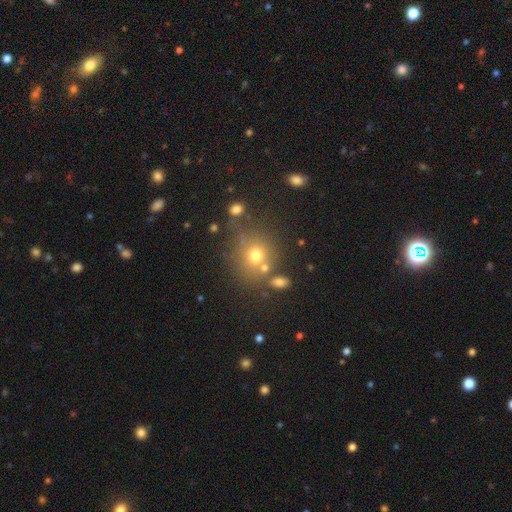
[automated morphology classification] The model was most divided on "smooth or featured": smooth: 67%, star or artifact: 19%, featured or disk: 13%. More confident: how rounded — round (83%); merging — none (66%).